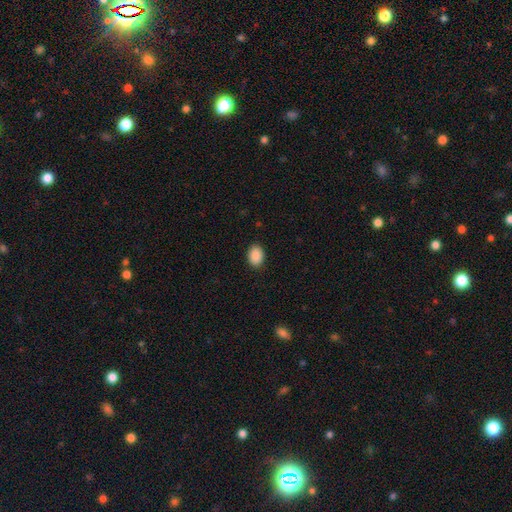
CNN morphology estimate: Q: Smooth or featured?
A: smooth (90%); runner-up: star or artifact (7%)
Q: How rounded?
A: in between (79%); runner-up: round (20%)
Q: Merging?
A: none (89%); runner-up: minor disturbance (8%)